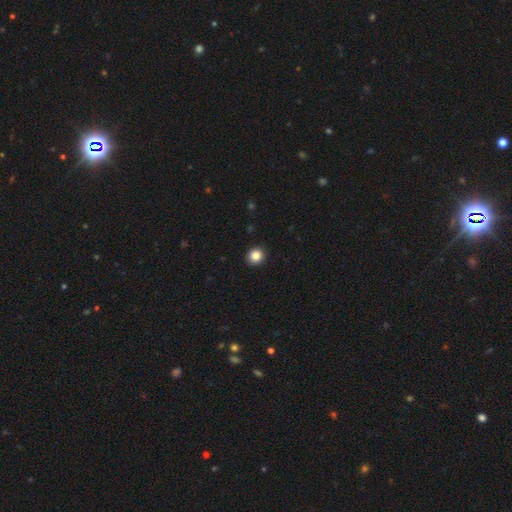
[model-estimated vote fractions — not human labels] Smooth or featured?
  - smooth: 85% *
  - star or artifact: 10%
  - featured or disk: 4%
How rounded?
  - round: 84% *
  - in between: 15%
  - cigar-shaped: 1%
Merging?
  - none: 92% *
  - minor disturbance: 5%
  - major disturbance: 2%
  - merger: 1%